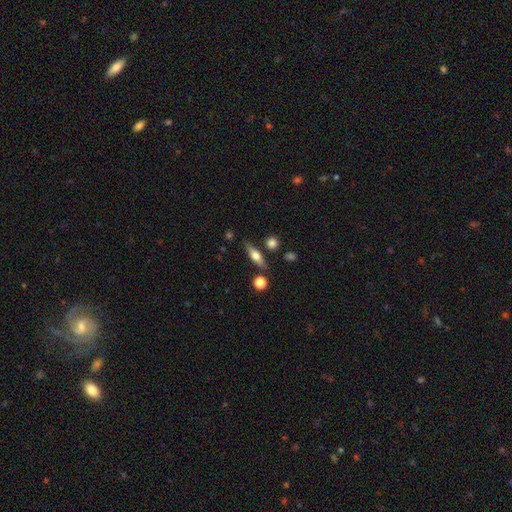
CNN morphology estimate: A smooth galaxy with no disk features (48%).

Vote fractions:
- Smooth or featured? smooth: 48% / featured or disk: 45% / star or artifact: 8%
- Merging? none: 79% / minor disturbance: 12% / merger: 6% / major disturbance: 4%